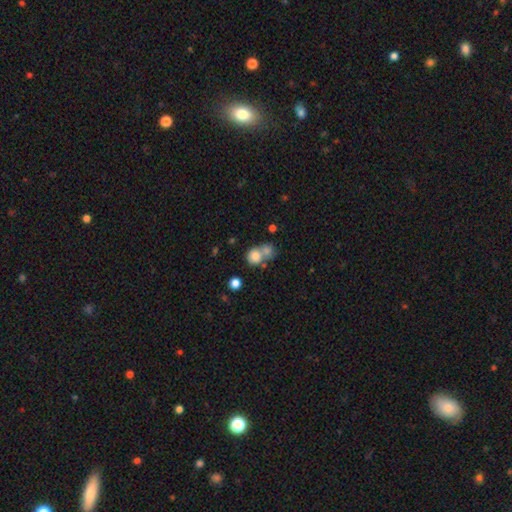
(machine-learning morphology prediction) Overall: smooth (79%). How rounded: round (71%). Merging: merger (55%; none 32%).